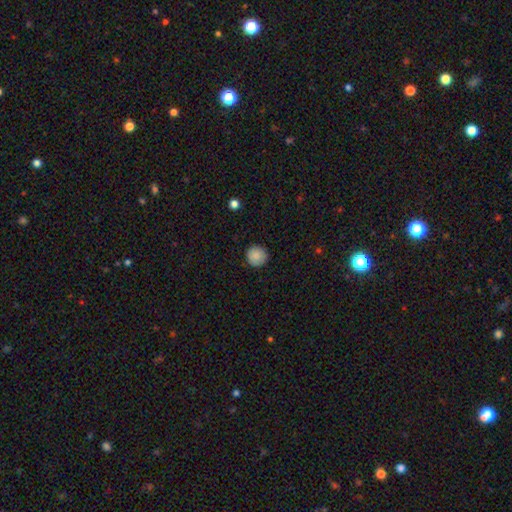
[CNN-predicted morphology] A smooth galaxy with no disk features (88%) that is round (94%). Merging: none (89%).